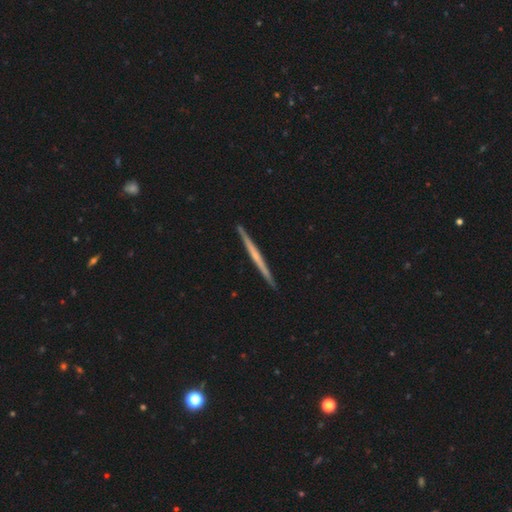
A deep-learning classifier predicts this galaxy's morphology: This appears to be a featured or disk galaxy (64%) viewed edge-on (98%) with no central bulge (76%). Merging: none (92%).